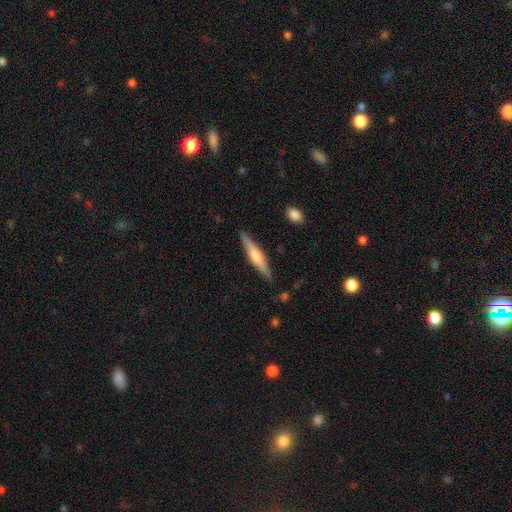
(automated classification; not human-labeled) Smooth or featured: featured or disk — 55% (smooth — 39%)
Edge-on disk: yes — 96% (no — 4%)
Edge-on bulge: rounded — 77% (boxy — 14%)
Merging: none — 88% (minor disturbance — 8%)